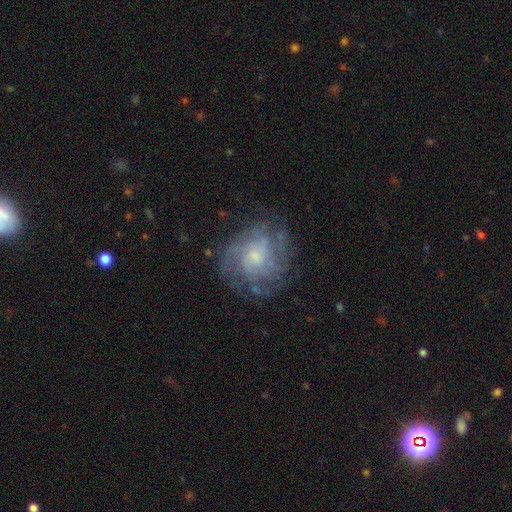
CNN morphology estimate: smooth-or-featured: featured or disk: 74% | smooth: 18% | star or artifact: 8%
  disk-edge-on: no: 98% | yes: 2%
    bar: no: 73% | weak: 24% | strong: 3%
    has-spiral-arms: yes: 87% | no: 13%
      spiral-winding: tight: 49% | medium: 37% | loose: 14%
      spiral-arm-count: can't tell: 42% | 3: 18% | 4: 16% | 2: 13% | more than 4: 6% | 1: 6%
    bulge-size: small: 53% | moderate: 34% | none: 8% | large: 4% | dominant: 1%
  merging: none: 69% | minor disturbance: 18% | major disturbance: 11% | merger: 1%